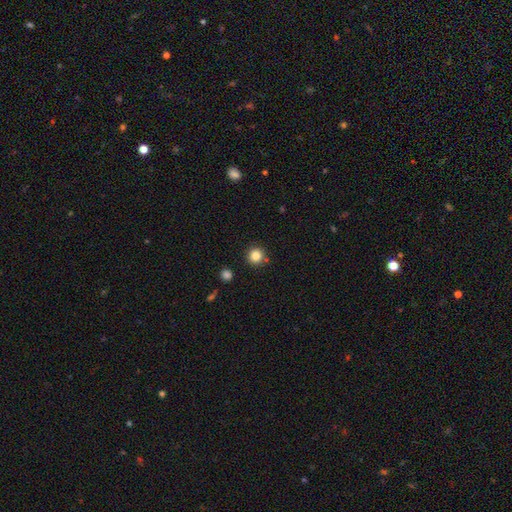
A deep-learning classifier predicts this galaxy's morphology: Smooth or featured? Predicted: smooth (p=0.83). How rounded? Predicted: round (p=0.93). Merging? Predicted: none (p=0.86).